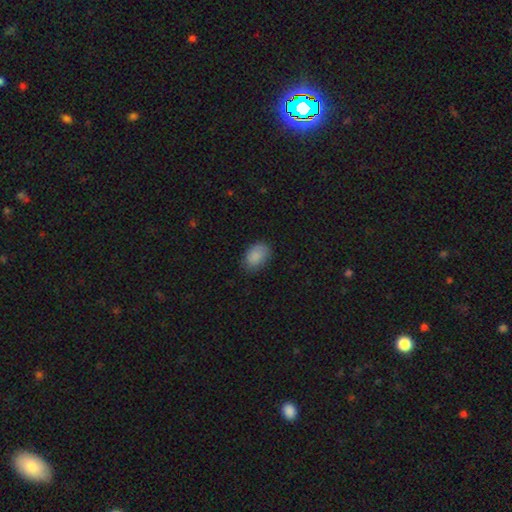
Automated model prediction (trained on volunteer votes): smooth-or-featured: smooth: 87% | star or artifact: 8% | featured or disk: 6%
  how-rounded: in between: 83% | round: 16% | cigar-shaped: 1%
  merging: none: 76% | minor disturbance: 19% | major disturbance: 4% | merger: 1%